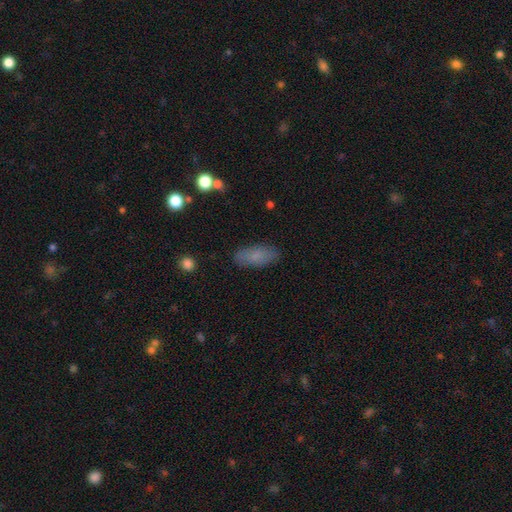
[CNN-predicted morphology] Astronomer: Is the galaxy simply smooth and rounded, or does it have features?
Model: smooth — 78%.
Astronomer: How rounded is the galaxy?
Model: in between — 79%.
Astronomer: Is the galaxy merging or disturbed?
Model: none — 84%.